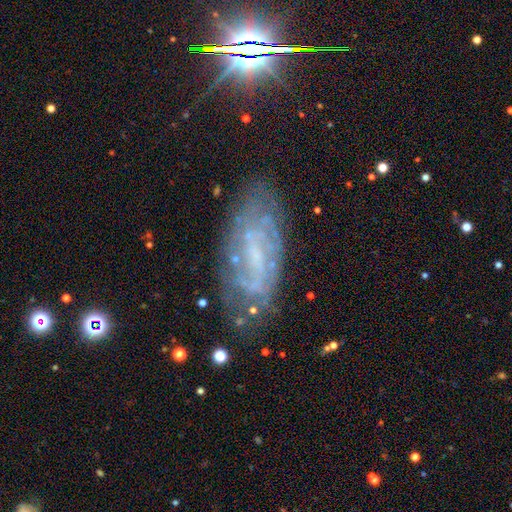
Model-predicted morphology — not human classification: smooth-or-featured: featured or disk: 70% | smooth: 16% | star or artifact: 13%
  disk-edge-on: no: 89% | yes: 11%
    bar: weak: 44% | no: 32% | strong: 24%
    has-spiral-arms: yes: 76% | no: 24%
    bulge-size: small: 45% | none: 38% | moderate: 14% | large: 2% | dominant: 1%
  merging: none: 70% | minor disturbance: 19% | major disturbance: 8% | merger: 3%